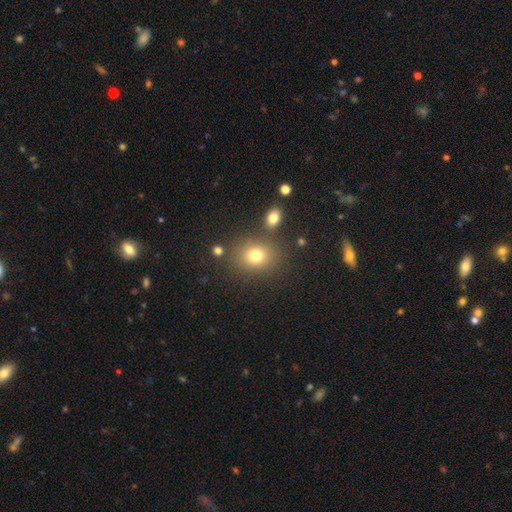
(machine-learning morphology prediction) Smooth or featured? smooth (76%)
How rounded? round (64%)
Merging? none (78%)